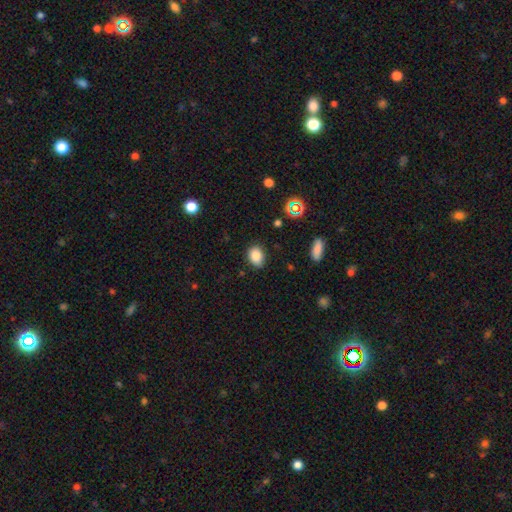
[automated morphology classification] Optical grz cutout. It shows a smooth galaxy with no disk features (84%) that is in between round and cigar-shaped (71%). Merging: none (84%).